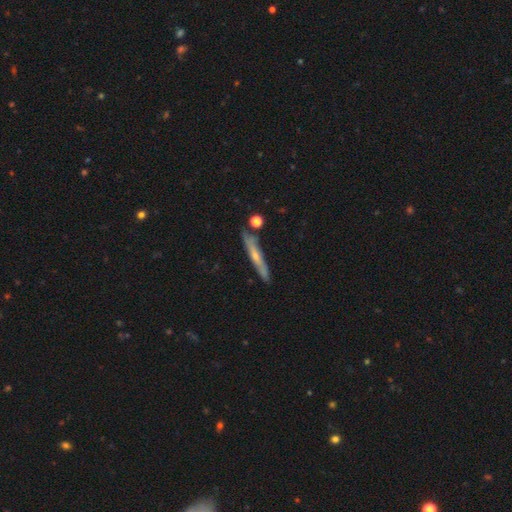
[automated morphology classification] This appears to be a featured or disk galaxy (52%) viewed edge-on (87%). Merging: none (80%).